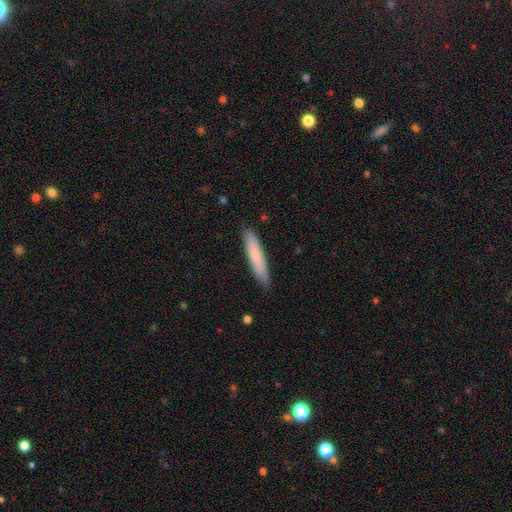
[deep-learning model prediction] Smooth or featured: smooth — 78% (featured or disk — 17%)
How rounded: cigar-shaped — 89% (in between — 9%)
Merging: none — 88% (minor disturbance — 9%)